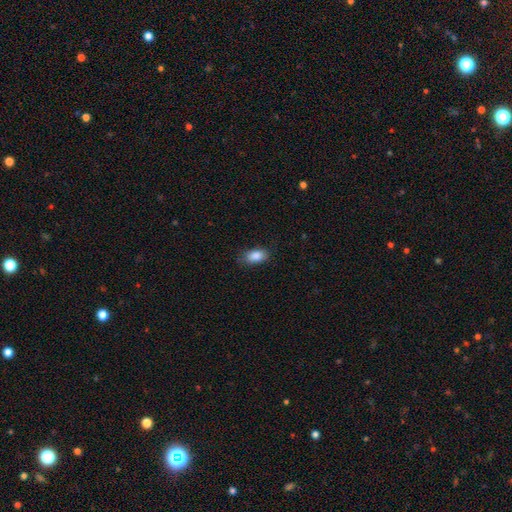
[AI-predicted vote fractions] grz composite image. It shows a smooth galaxy with no disk features (88%) that is in between round and cigar-shaped (91%). Merging: none (80%).